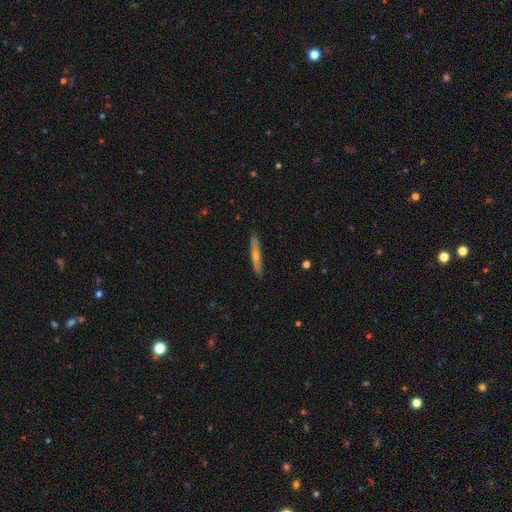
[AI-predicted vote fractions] The model was most divided on "smooth or featured": featured or disk: 49%, smooth: 44%, star or artifact: 7%. More confident: merging — none (89%).